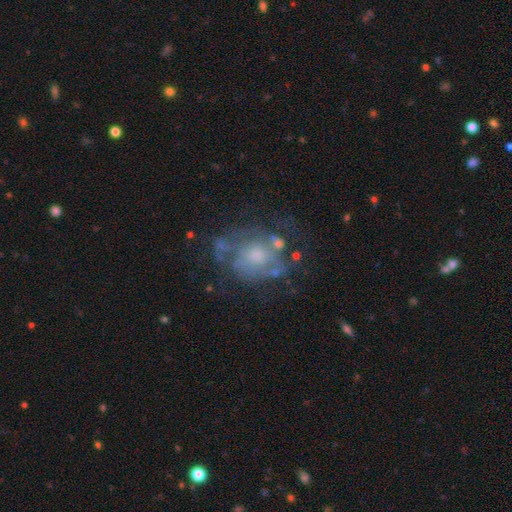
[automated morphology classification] type=featured or disk (61%); edge-on=no (97%); bar=no (83%); spiral arms=no (60%); bulge=moderate (48%); merging=none (49%).